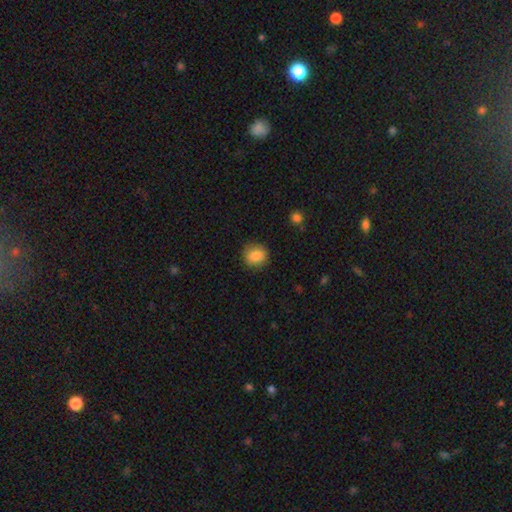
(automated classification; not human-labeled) Q: Smooth or featured?
A: smooth (85%); runner-up: star or artifact (9%)
Q: How rounded?
A: round (83%); runner-up: in between (16%)
Q: Merging?
A: none (87%); runner-up: minor disturbance (9%)